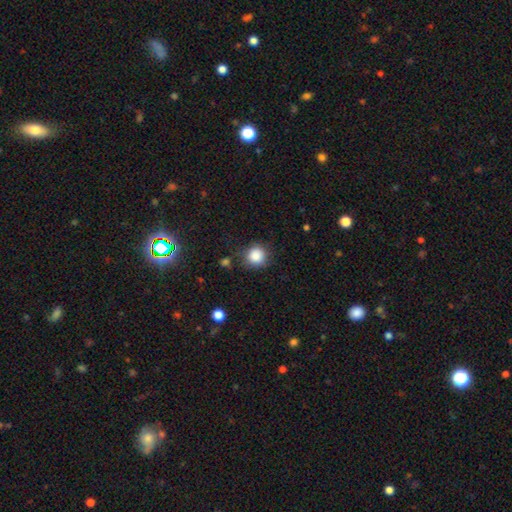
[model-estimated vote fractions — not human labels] The model was most divided on "merging": none: 76%, minor disturbance: 15%, major disturbance: 5%, merger: 3%. More confident: how rounded — round (90%); smooth or featured — smooth (86%).